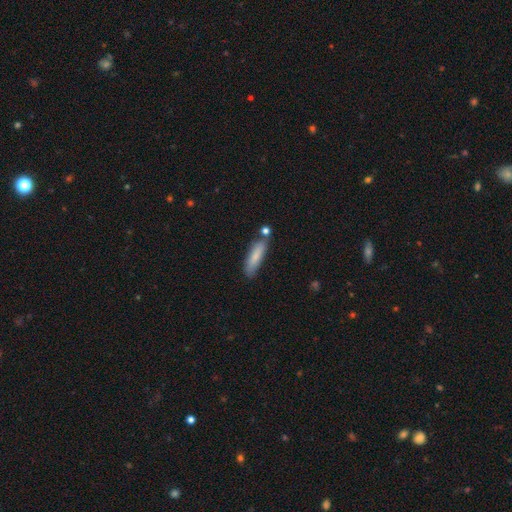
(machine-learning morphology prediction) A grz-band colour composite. It shows a smooth galaxy with no disk features (80%) that is cigar-shaped (67%). Merging: none (70%).